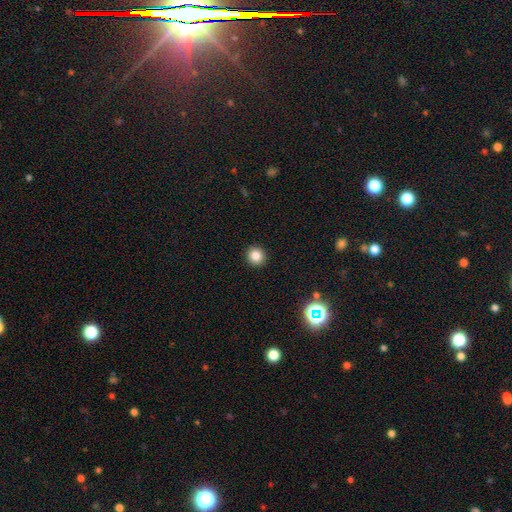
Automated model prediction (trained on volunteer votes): Smooth or featured? smooth (83%)
How rounded? round (92%)
Merging? none (93%)